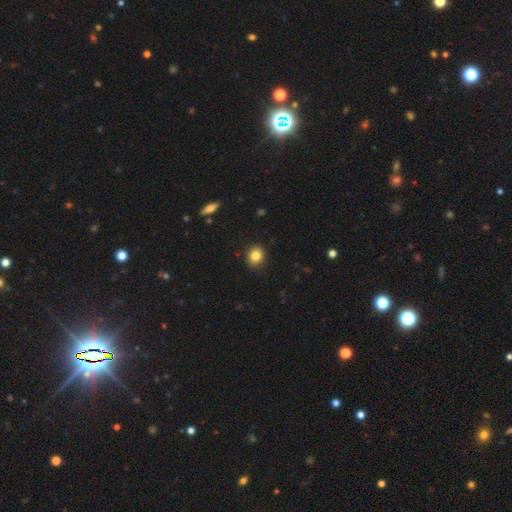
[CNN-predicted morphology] This appears to be a smooth galaxy with no disk features (84%) that is round (70%). Merging: none (89%).